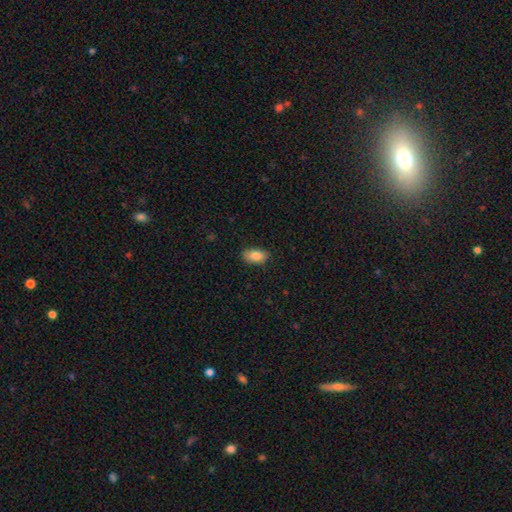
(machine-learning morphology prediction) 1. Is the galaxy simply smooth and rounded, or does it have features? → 85% smooth, 8% featured or disk, 7% star or artifact.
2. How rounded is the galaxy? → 92% in between, 5% round, 3% cigar-shaped.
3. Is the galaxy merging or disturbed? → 82% none, 14% minor disturbance, 3% major disturbance, 1% merger.